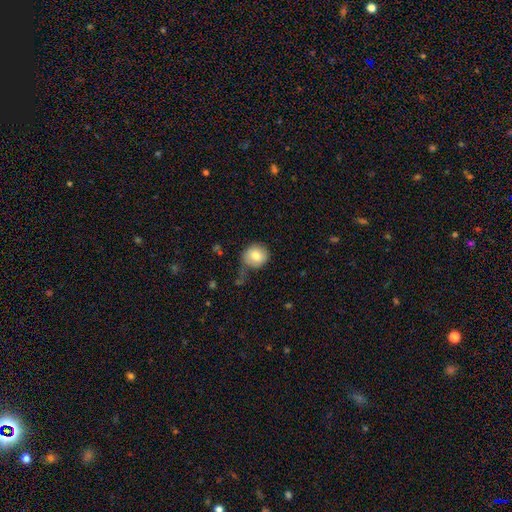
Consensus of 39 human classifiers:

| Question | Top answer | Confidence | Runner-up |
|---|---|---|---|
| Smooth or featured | smooth | 77% | featured or disk (15%) |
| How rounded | round | 90% | in between (10%) |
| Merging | none | 56% | minor disturbance (25%) |